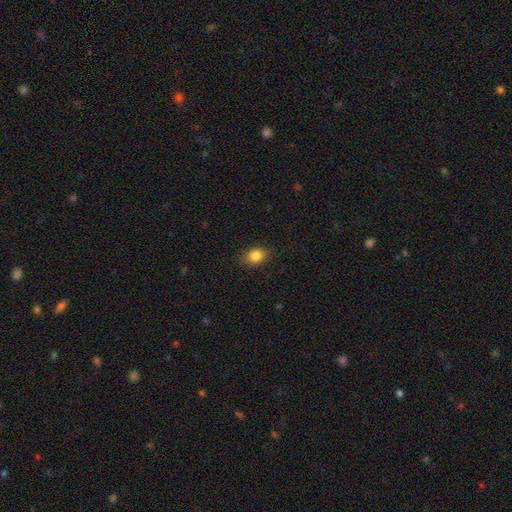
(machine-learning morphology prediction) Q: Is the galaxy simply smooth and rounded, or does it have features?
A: smooth — 84%.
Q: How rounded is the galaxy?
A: in between — 58%.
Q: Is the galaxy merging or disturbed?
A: none — 84%.